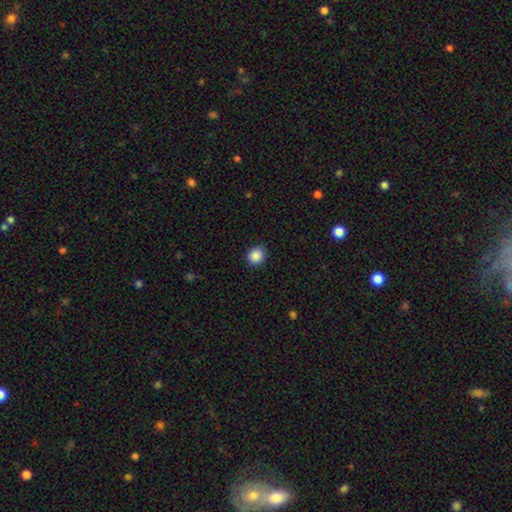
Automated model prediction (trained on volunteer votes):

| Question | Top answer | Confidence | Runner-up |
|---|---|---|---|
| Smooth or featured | smooth | 88% | star or artifact (9%) |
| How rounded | round | 81% | in between (18%) |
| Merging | none | 88% | minor disturbance (9%) |